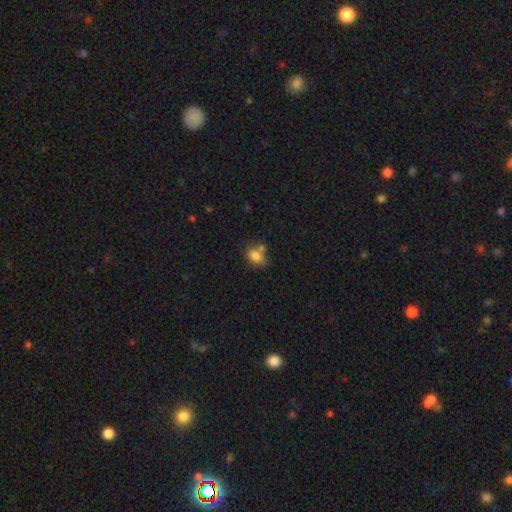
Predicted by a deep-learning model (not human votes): Smooth or featured? Predicted: smooth (p=0.81). How rounded? Predicted: in between (p=0.74). Merging? Predicted: none (p=0.50).